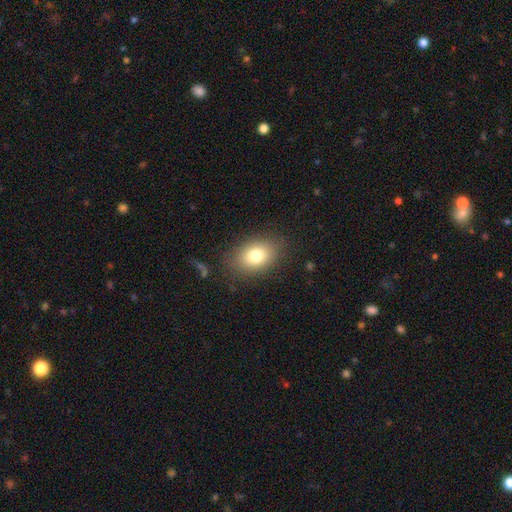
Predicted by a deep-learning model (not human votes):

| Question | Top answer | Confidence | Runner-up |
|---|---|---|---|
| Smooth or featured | smooth | 78% | featured or disk (12%) |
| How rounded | in between | 76% | round (23%) |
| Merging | none | 81% | minor disturbance (12%) |